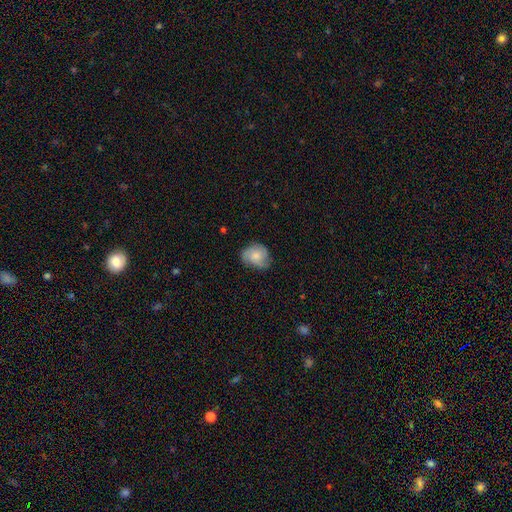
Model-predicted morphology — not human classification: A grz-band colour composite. It shows a smooth galaxy with no disk features (54%) that is round (61%). Merging: none (63%).